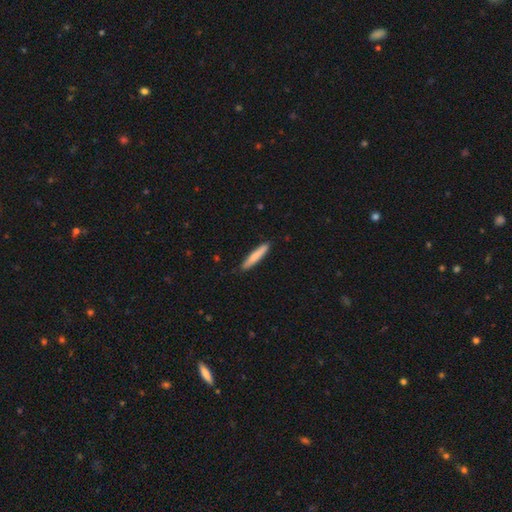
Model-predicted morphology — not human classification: A smooth galaxy with no disk features (77%) that is cigar-shaped (93%).

Vote fractions:
- Smooth or featured? smooth: 77% / featured or disk: 18% / star or artifact: 5%
- How rounded? cigar-shaped: 93% / in between: 6% / round: 1%
- Merging? none: 91% / minor disturbance: 7% / major disturbance: 1% / merger: 1%